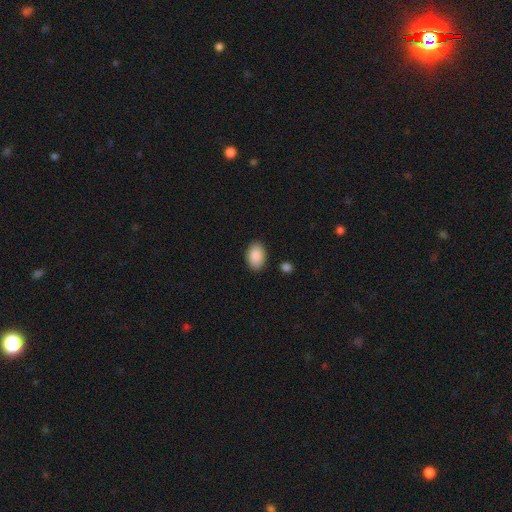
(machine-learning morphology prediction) Overall: smooth (89%). How rounded: in between (91%). Merging: none (87%).